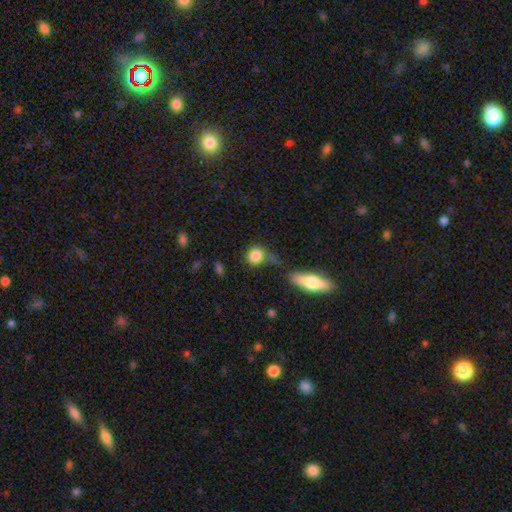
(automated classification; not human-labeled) smooth-or-featured: smooth: 84% | star or artifact: 9% | featured or disk: 7%
  how-rounded: round: 79% | in between: 18% | cigar-shaped: 2%
  merging: none: 57% | minor disturbance: 18% | merger: 16% | major disturbance: 9%